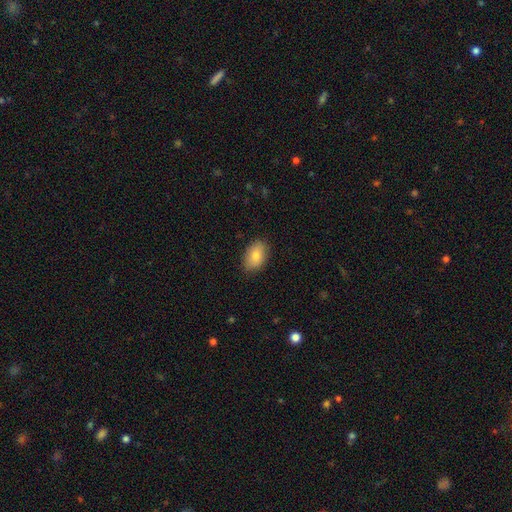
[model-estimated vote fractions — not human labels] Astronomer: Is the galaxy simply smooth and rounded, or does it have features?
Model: smooth — 82%.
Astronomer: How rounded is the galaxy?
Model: in between — 88%.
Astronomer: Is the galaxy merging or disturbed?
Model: none — 86%.